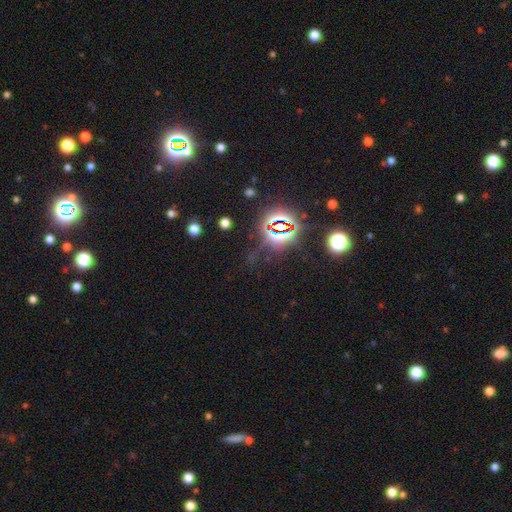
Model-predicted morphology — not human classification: star or artifact 80%, smooth 12%, featured or disk 8%.